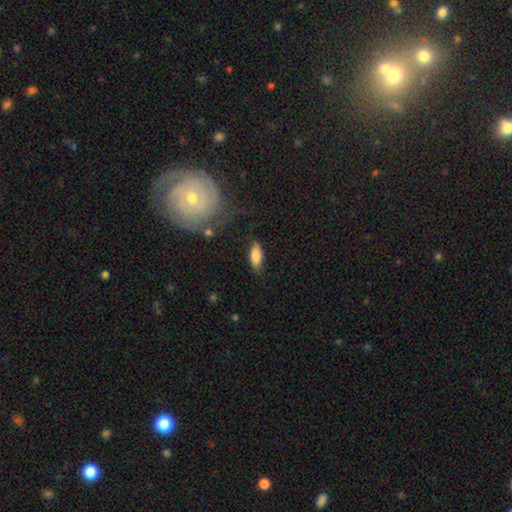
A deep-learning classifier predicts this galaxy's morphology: smooth 83%, featured or disk 11%, star or artifact 7%. Down the decision tree: how rounded — in between (79%); merging — none (76%).